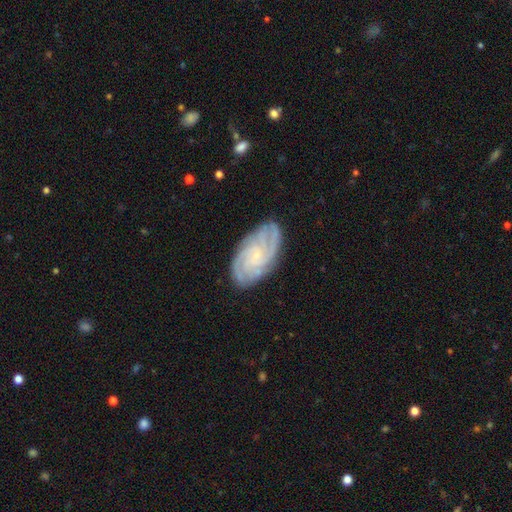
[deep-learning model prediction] This is clearly a featured or disk galaxy (81%). It is clearly not viewed edge-on (96%). Bar: likely no (67%). Spiral arm pattern: clearly yes (97%). Spiral arm count: marginally 3 (24%, tied with 4). Spiral winding: likely tight (69%). Central bulge: likely small (74%). Merging: clearly none (81%).